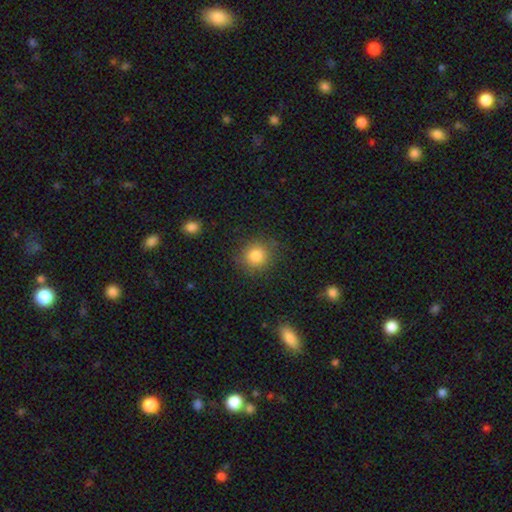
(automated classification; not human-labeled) Smooth or featured: smooth — 84% (star or artifact — 11%)
How rounded: round — 90% (in between — 9%)
Merging: none — 84% (minor disturbance — 11%)